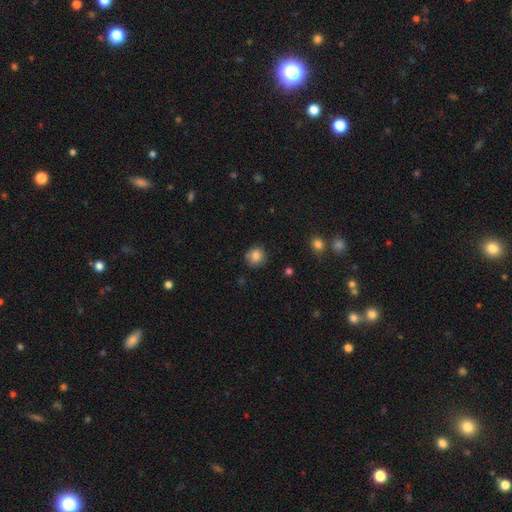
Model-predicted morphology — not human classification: This is clearly a smooth galaxy (83%). How rounded: clearly round (86%). Merging: clearly none (80%).